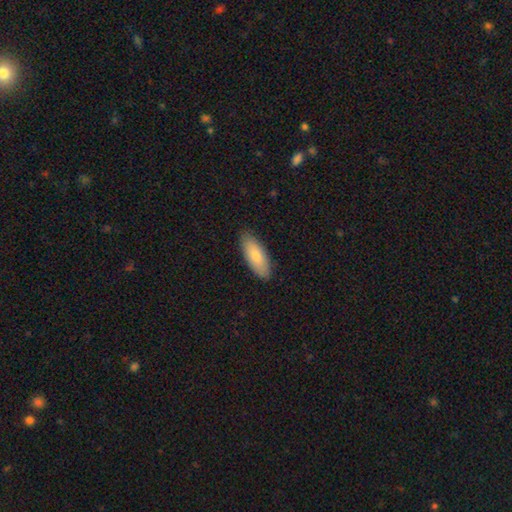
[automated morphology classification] smooth_or_featured: smooth (p=0.80) [alt: featured or disk p=0.14]
how_rounded: in between (p=0.76) [alt: cigar-shaped p=0.22]
merging: none (p=0.86) [alt: minor disturbance p=0.11]